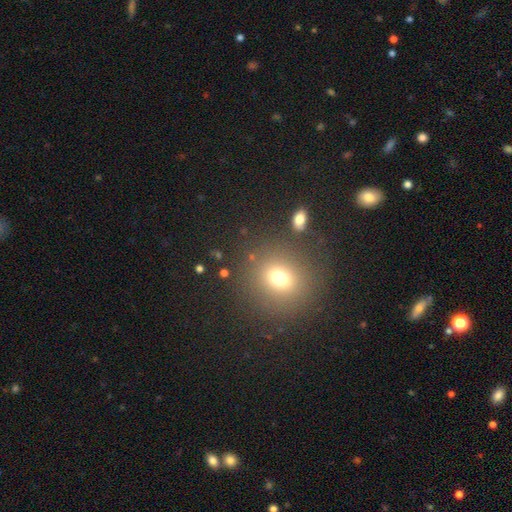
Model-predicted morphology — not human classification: type=smooth (65%); roundness=round (82%); merging=none (86%).